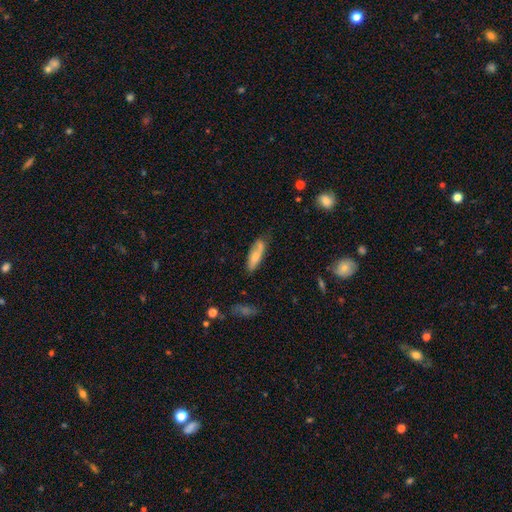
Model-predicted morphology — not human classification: A smooth galaxy with no disk features (70%) that is in between round and cigar-shaped (49%, tied with cigar-shaped).

Vote fractions:
- Smooth or featured? smooth: 70% / featured or disk: 24% / star or artifact: 6%
- How rounded? in between: 49% (tied) / cigar-shaped: 49% (tied) / round: 2%
- Merging? none: 60% / minor disturbance: 26% / merger: 7% / major disturbance: 7%